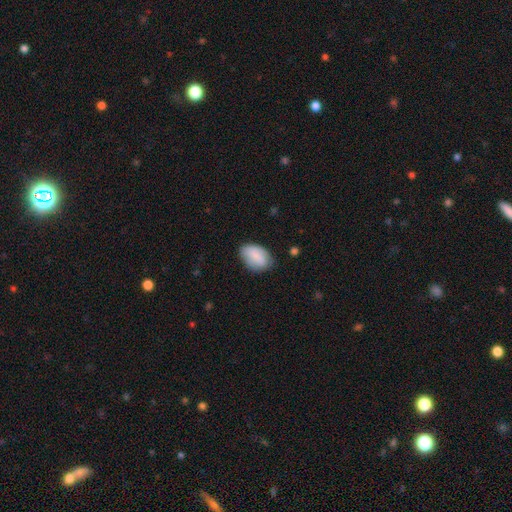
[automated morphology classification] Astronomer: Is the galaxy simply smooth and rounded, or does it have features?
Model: smooth — 81%.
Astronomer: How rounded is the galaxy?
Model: in between — 89%.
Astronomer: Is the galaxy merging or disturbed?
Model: none — 69%.